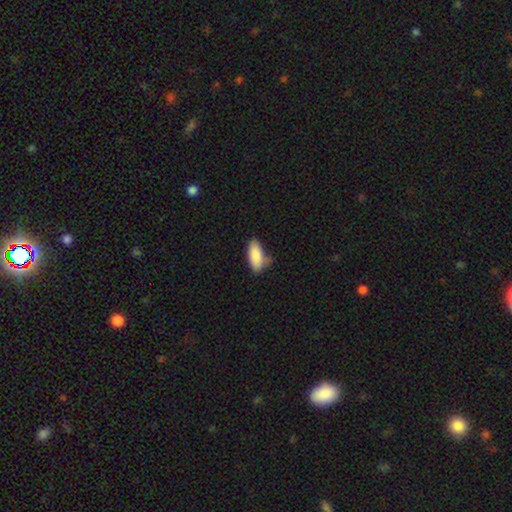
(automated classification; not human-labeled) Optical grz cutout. It shows a smooth galaxy with no disk features (87%) that is in between round and cigar-shaped (83%). Merging: none (56%).